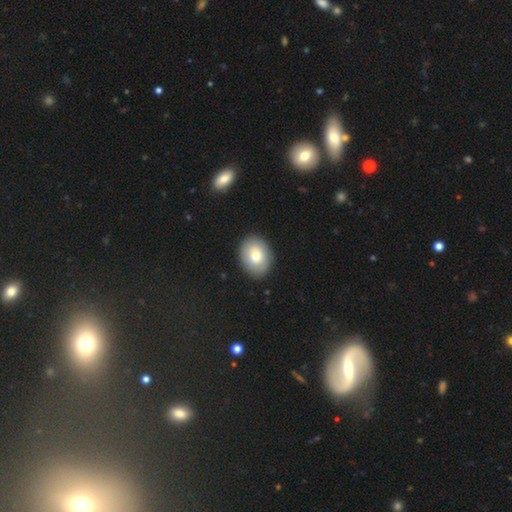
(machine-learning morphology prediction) Smooth or featured? smooth (75%)
How rounded? in between (61%)
Merging? none (88%)